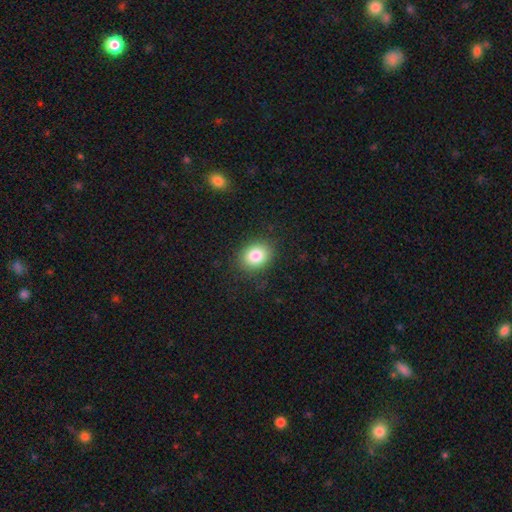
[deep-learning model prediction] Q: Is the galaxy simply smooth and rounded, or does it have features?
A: smooth — 84%.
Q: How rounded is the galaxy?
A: round — 51%.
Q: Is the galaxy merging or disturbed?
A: none — 85%.